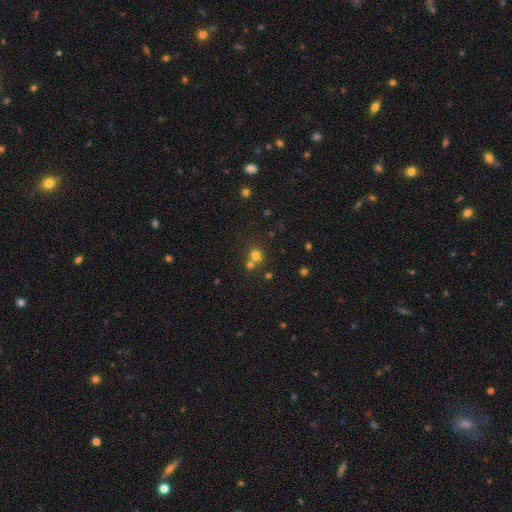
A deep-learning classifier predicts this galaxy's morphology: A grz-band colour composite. It shows a smooth galaxy with no disk features (73%) that is round (87%). Merging: none (55%).